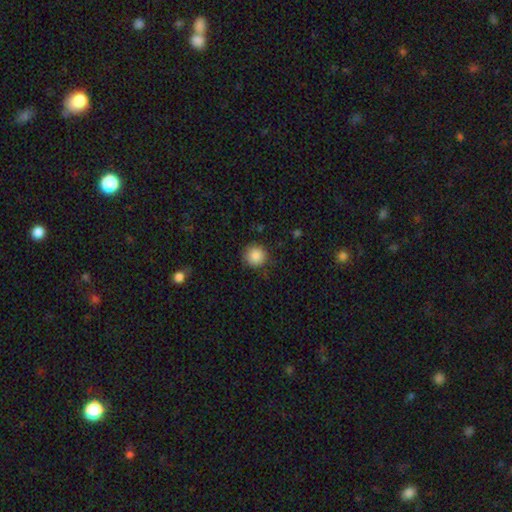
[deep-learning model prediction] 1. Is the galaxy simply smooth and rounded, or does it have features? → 88% smooth, 9% star or artifact, 3% featured or disk.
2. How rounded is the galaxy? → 94% round, 5% in between, 1% cigar-shaped.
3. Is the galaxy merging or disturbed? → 87% none, 9% minor disturbance, 3% major disturbance, 1% merger.